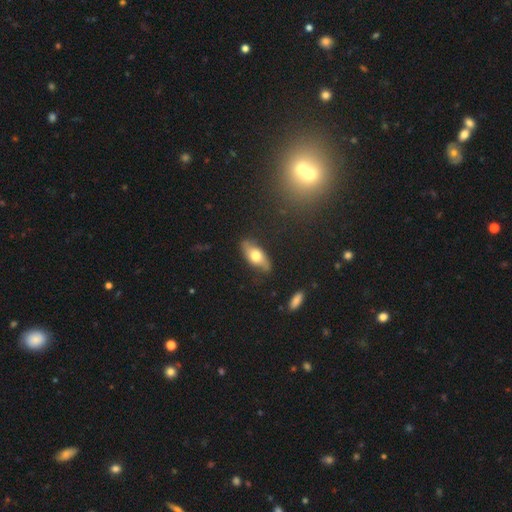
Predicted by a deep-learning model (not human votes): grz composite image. It shows a smooth galaxy with no disk features (56%) that is in between round and cigar-shaped (81%). Merging: none (77%).